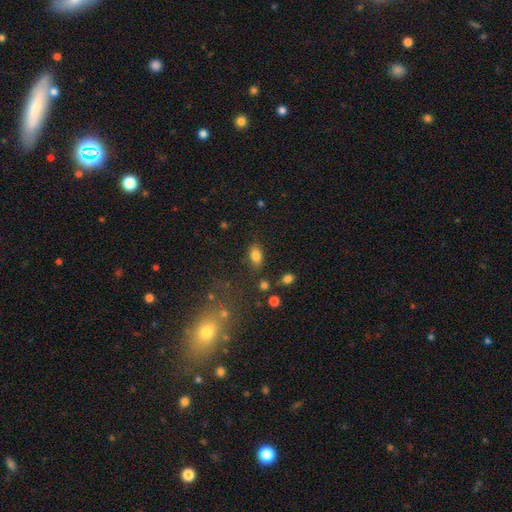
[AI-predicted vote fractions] Smooth or featured: smooth — 83% (star or artifact — 10%)
How rounded: in between — 87% (round — 11%)
Merging: none — 80% (minor disturbance — 13%)